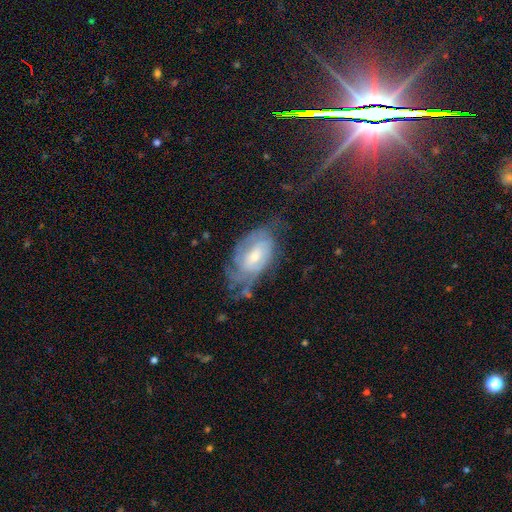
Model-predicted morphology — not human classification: Smooth or featured: featured or disk — 68% (smooth — 19%)
Edge-on disk: no — 93% (yes — 7%)
Bar: no — 48% (weak — 42%)
Spiral arms: yes — 86% (no — 14%)
Spiral winding: tight — 59% (medium — 30%)
Spiral arm count: can't tell — 55% (2 — 19%)
Bulge size: moderate — 50% (small — 43%)
Merging: none — 56% (minor disturbance — 27%)